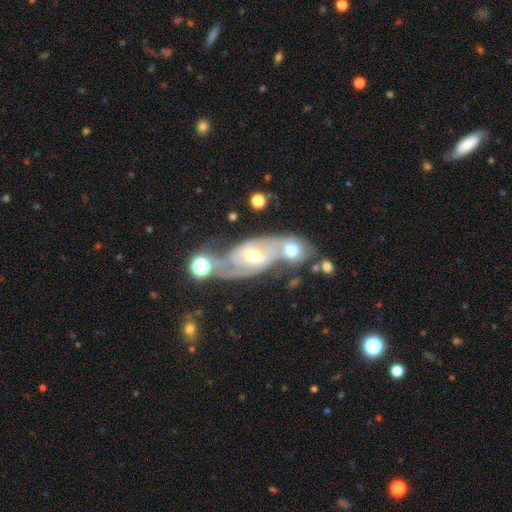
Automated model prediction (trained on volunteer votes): This appears to be a featured or disk galaxy (83%) with no bar (44%), 2 (69%) tight (48%) spiral arms (91%) and a moderate central bulge (50%). Merging: none (47%).